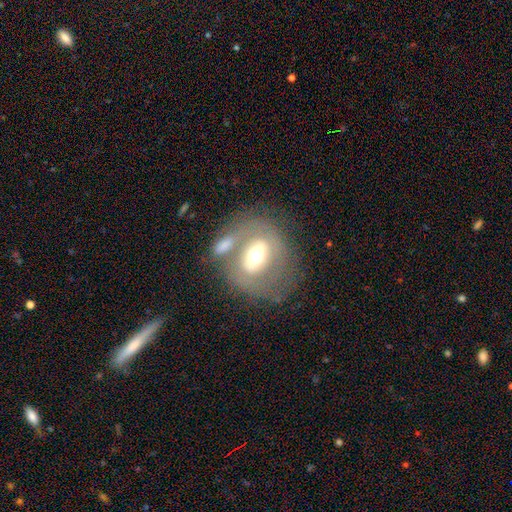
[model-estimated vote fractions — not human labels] This is possibly a featured or disk galaxy (58%). It is clearly not viewed edge-on (90%). Bar: marginally strong (38%). Spiral arm pattern: likely no (70%). Central bulge: likely moderate (67%). Merging: possibly none (49%).